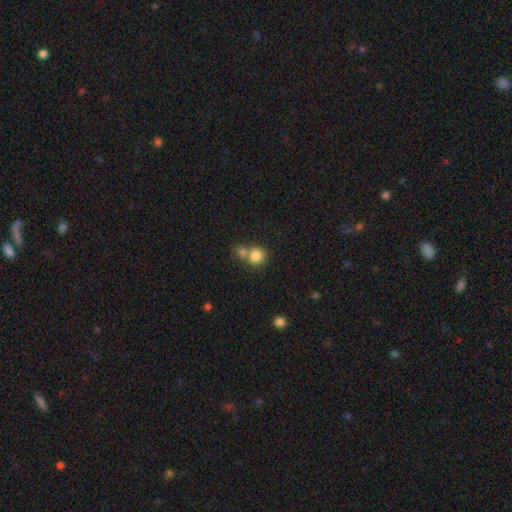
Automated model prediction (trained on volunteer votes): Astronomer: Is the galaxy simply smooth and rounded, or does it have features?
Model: smooth — 82%.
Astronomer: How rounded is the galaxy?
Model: round — 87%.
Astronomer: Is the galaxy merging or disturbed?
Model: none — 46% (runner-up: merger, 44%).